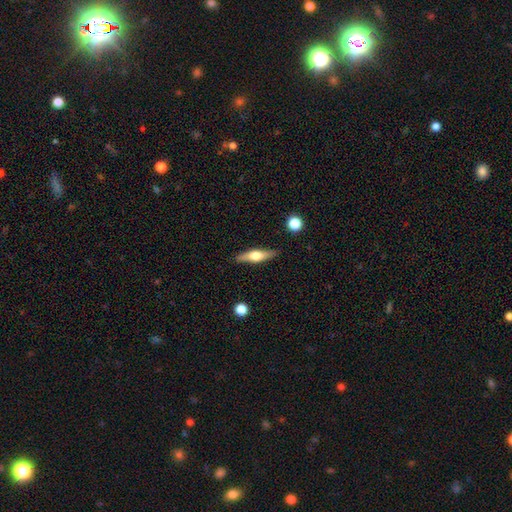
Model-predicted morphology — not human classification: A featured or disk galaxy (55%) viewed edge-on (93%) with a rounded central bulge (93%).

Vote fractions:
- Smooth or featured? featured or disk: 55% / smooth: 39% / star or artifact: 6%
- Edge-on disk? yes: 93% / no: 7%
- Edge-on bulge? rounded: 93% / boxy: 5% / none: 3%
- Merging? none: 87% / minor disturbance: 10% / major disturbance: 2% / merger: 2%